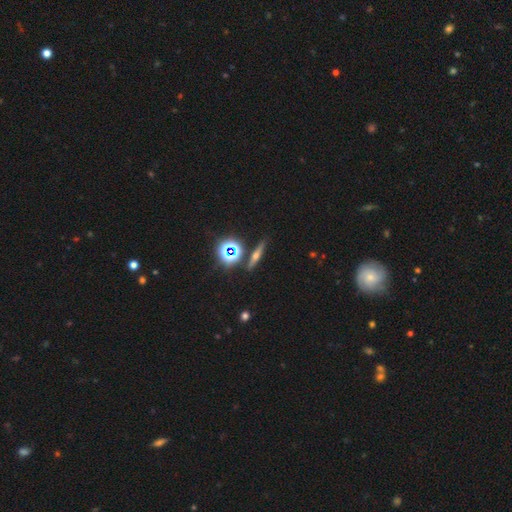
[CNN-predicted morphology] This appears to be a featured or disk galaxy (47%). Merging: none (85%).